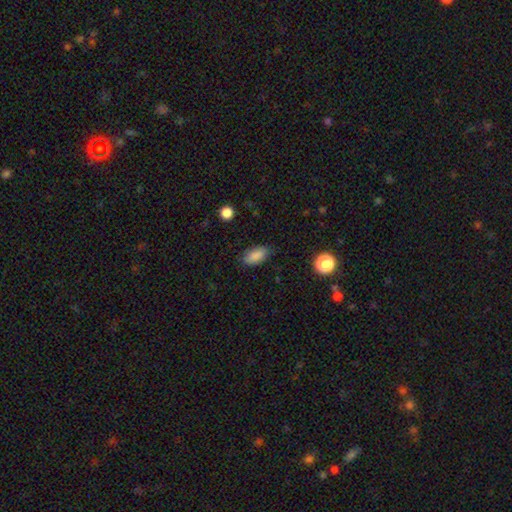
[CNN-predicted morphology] A smooth galaxy with no disk features (87%) that is in between round and cigar-shaped (90%).

Vote fractions:
- Smooth or featured? smooth: 87% / star or artifact: 8% / featured or disk: 5%
- How rounded? in between: 90% / cigar-shaped: 7% / round: 4%
- Merging? none: 82% / minor disturbance: 14% / major disturbance: 3% / merger: 1%